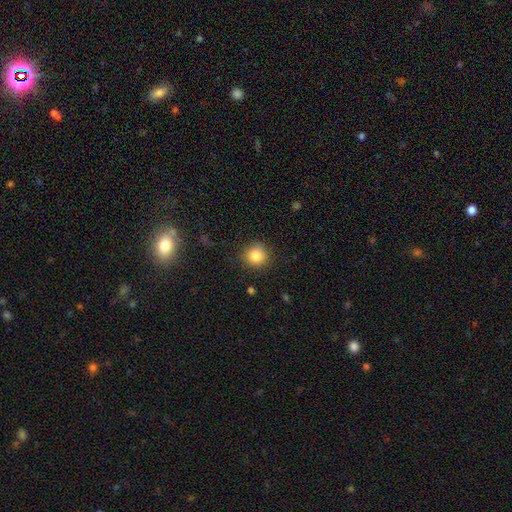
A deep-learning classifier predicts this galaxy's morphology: smooth-or-featured: smooth: 84% | star or artifact: 11% | featured or disk: 6%
  how-rounded: round: 92% | in between: 7% | cigar-shaped: 1%
  merging: none: 88% | minor disturbance: 8% | major disturbance: 3% | merger: 1%